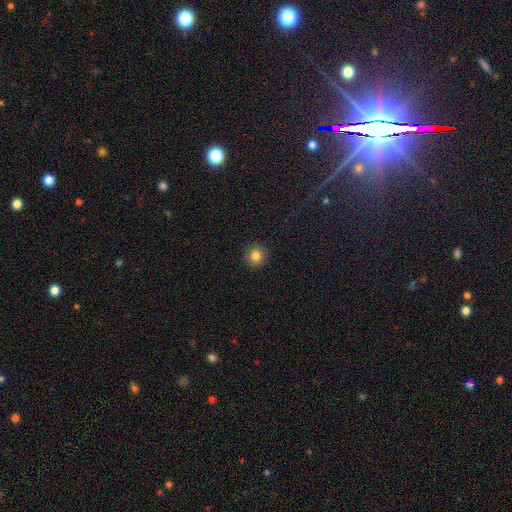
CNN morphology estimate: type=smooth (83%); roundness=round (94%); merging=none (92%).